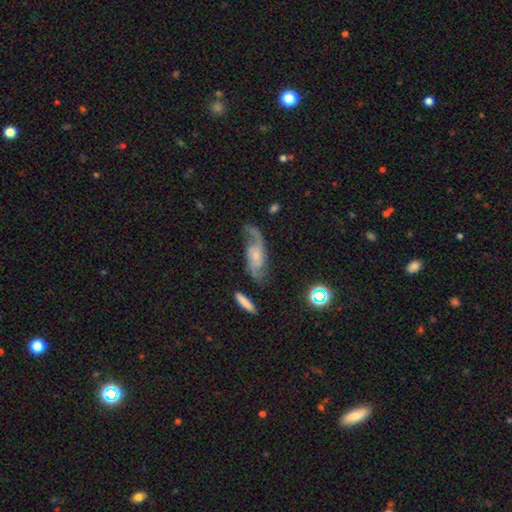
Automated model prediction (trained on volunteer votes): featured or disk 81%, smooth 12%, star or artifact 7%. Down the decision tree: edge-on disk — no (93%); bar — no (59%); spiral arms — yes (95%); spiral arm count — 2 (85%); spiral winding — loose (57%); bulge size — small (53%); merging — none (61%).